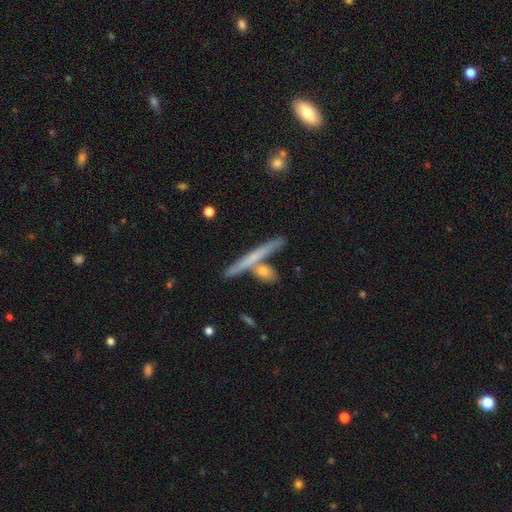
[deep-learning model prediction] smooth_or_featured: smooth (p=0.47) [alt: featured or disk p=0.46]
merging: none (p=0.75) [alt: merger p=0.13]